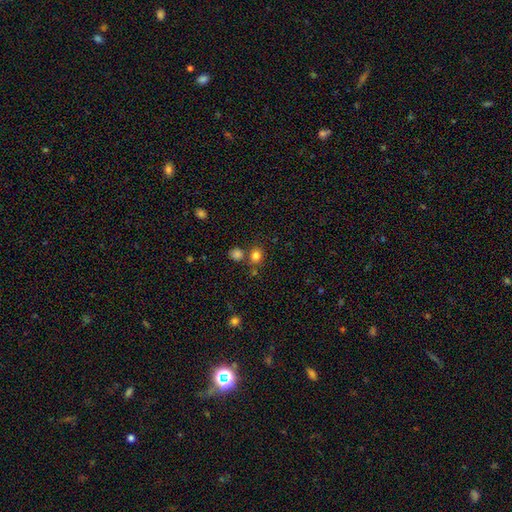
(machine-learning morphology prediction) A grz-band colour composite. It shows a smooth galaxy with no disk features (81%) that is round (74%). Merging: none (71%).